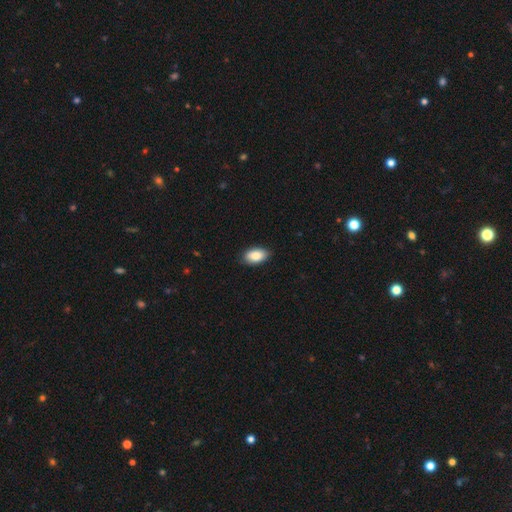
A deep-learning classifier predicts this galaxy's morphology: Smooth or featured?
  - smooth: 86% *
  - featured or disk: 7%
  - star or artifact: 7%
How rounded?
  - in between: 94% *
  - round: 5%
  - cigar-shaped: 2%
Merging?
  - none: 86% *
  - minor disturbance: 11%
  - major disturbance: 2%
  - merger: 1%